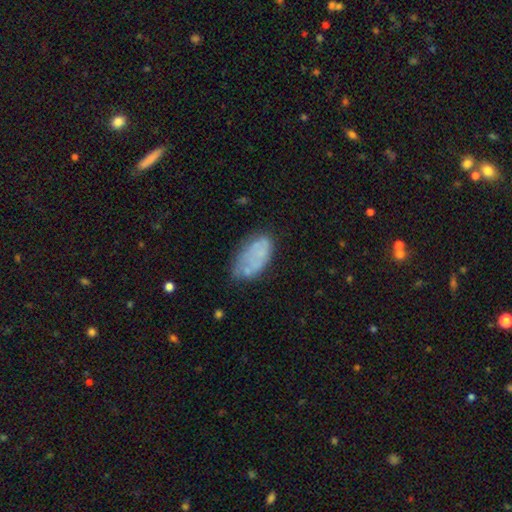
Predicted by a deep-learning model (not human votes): Smooth or featured?
  - smooth: 57% *
  - featured or disk: 33%
  - star or artifact: 10%
How rounded?
  - in between: 93% *
  - round: 4%
  - cigar-shaped: 3%
Merging?
  - none: 51% *
  - minor disturbance: 30%
  - major disturbance: 13%
  - merger: 6%